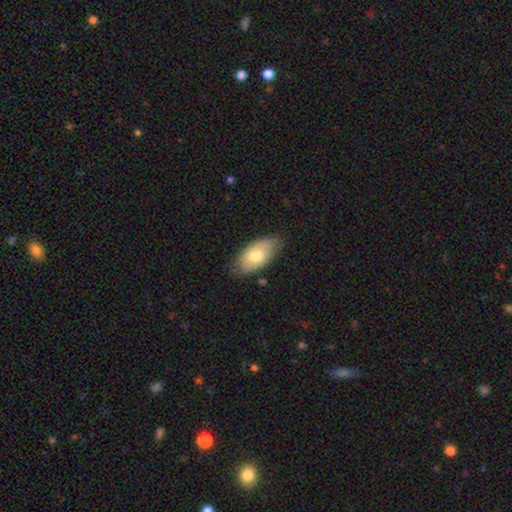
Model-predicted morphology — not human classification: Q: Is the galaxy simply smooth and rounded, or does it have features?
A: smooth — 68%.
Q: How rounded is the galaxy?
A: in between — 94%.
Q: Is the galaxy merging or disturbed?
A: none — 72%.